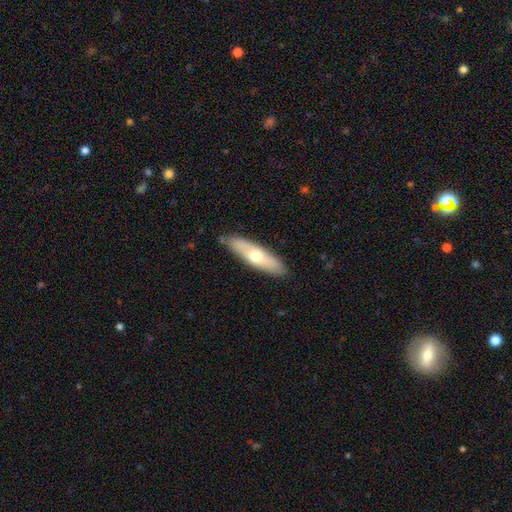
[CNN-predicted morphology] type=smooth (56%); roundness=cigar-shaped (63%); merging=none (84%).